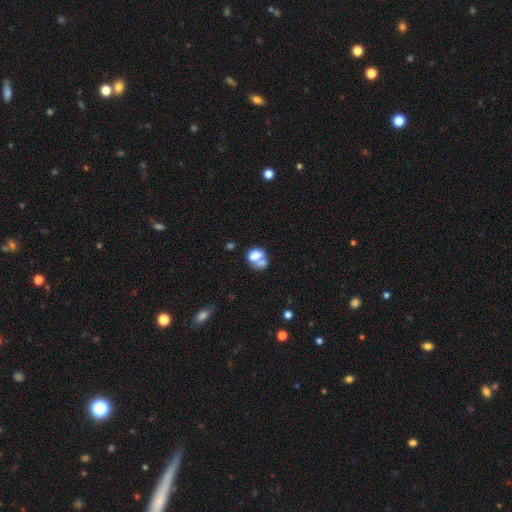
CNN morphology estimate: smooth 70%, featured or disk 19%, star or artifact 10%. Down the decision tree: how rounded — in between (70%); merging — merger (58%).